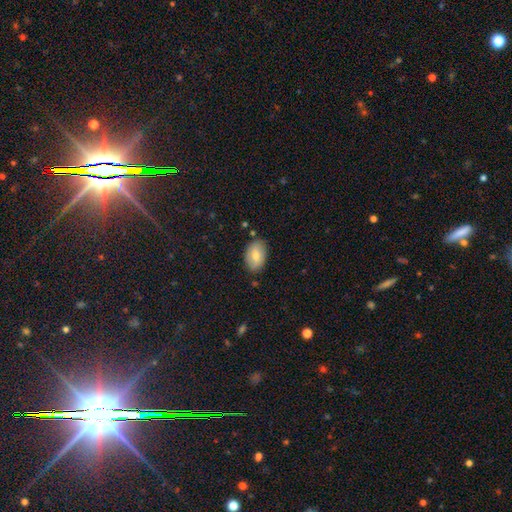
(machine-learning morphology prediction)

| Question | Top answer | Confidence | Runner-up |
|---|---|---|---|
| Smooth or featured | smooth | 73% | featured or disk (20%) |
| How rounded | in between | 90% | round (9%) |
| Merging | none | 81% | minor disturbance (15%) |